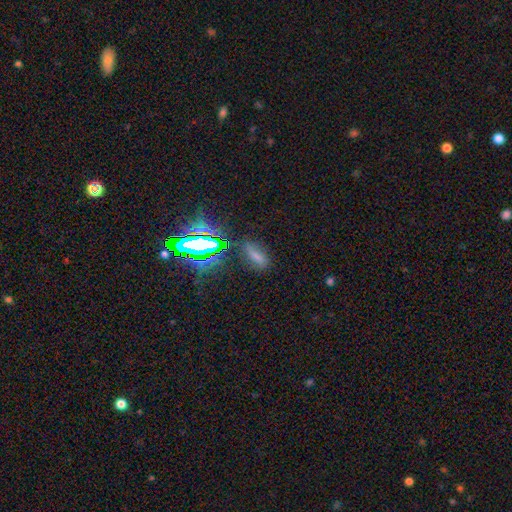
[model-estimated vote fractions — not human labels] This appears to be a smooth galaxy with no disk features (59%) that is in between round and cigar-shaped (64%). Merging: none (68%).